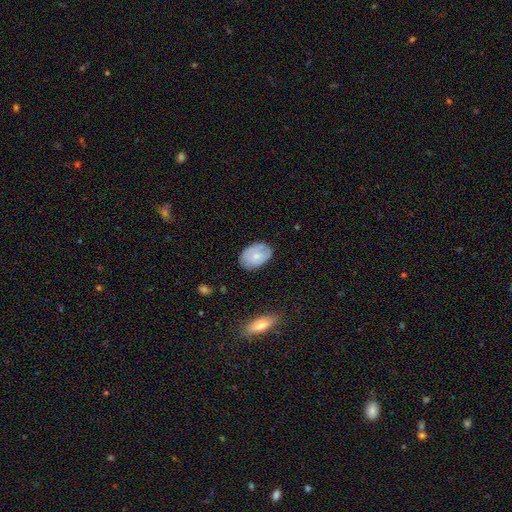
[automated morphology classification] Smooth or featured? smooth (61%)
How rounded? in between (81%)
Merging? none (73%)